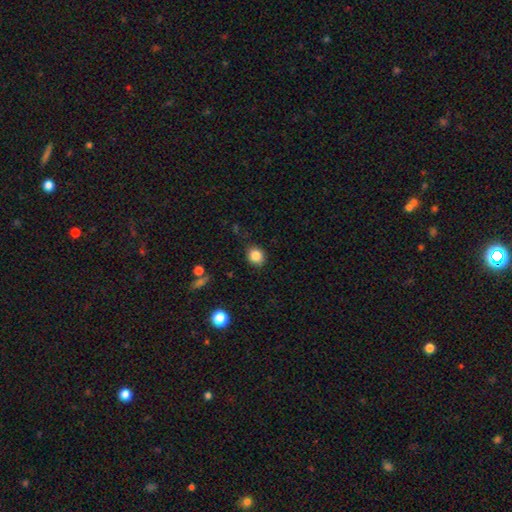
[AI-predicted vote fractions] This is clearly a smooth galaxy (85%). How rounded: likely round (71%). Merging: clearly none (85%).